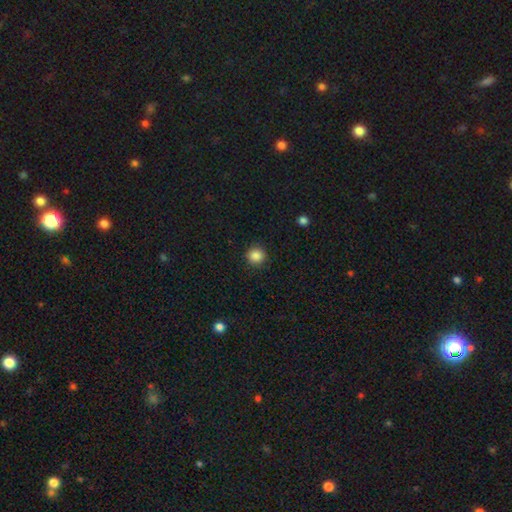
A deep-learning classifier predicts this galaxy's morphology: This appears to be a smooth galaxy with no disk features (86%) that is round (93%). Merging: none (91%).